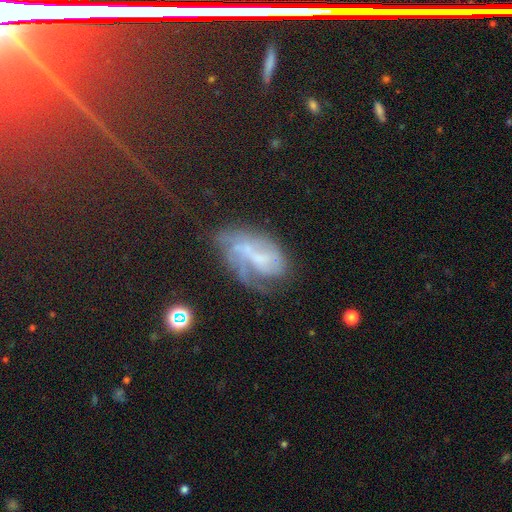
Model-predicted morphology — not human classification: smooth_or_featured: featured or disk (p=0.56) [alt: star or artifact p=0.23]
disk_edge_on: no (p=0.94) [alt: yes p=0.06]
bar: no (p=0.47) [alt: weak p=0.37]
has_spiral_arms: yes (p=0.74) [alt: no p=0.26]
bulge_size: small (p=0.41) [alt: none p=0.31]
merging: none (p=0.44) [alt: major disturbance p=0.25]